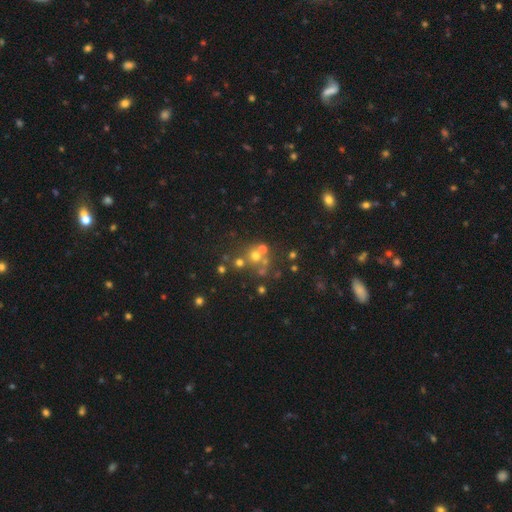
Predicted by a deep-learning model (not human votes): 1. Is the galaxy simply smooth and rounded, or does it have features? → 39% star or artifact (tied), 39% smooth (tied), 22% featured or disk.